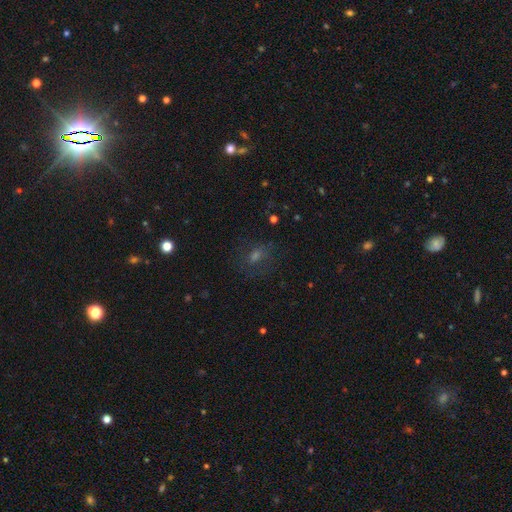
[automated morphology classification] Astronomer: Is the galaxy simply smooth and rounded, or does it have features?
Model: smooth — 42% (runner-up: star or artifact, 33%).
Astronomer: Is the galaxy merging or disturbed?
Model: none — 71%.